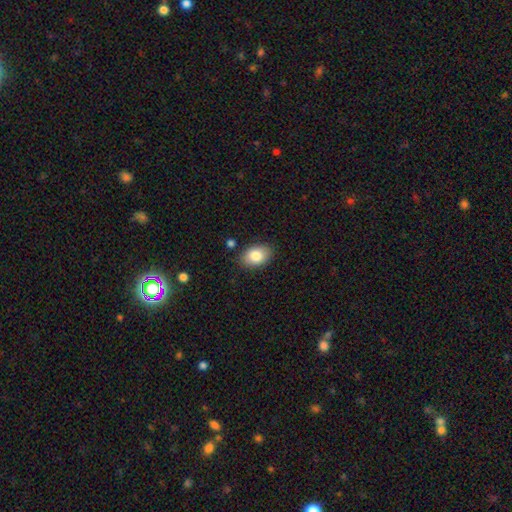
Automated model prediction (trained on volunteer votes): Q: Smooth or featured?
A: smooth (84%); runner-up: featured or disk (9%)
Q: How rounded?
A: in between (84%); runner-up: round (15%)
Q: Merging?
A: none (84%); runner-up: minor disturbance (11%)